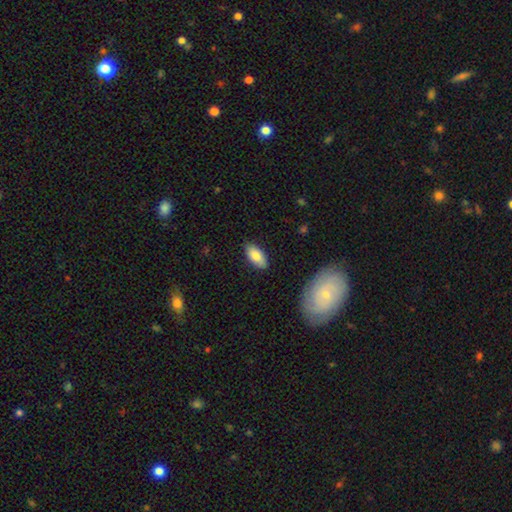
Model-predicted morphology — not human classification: smooth_or_featured: smooth (p=0.81) [alt: featured or disk p=0.12]
how_rounded: in between (p=0.90) [alt: cigar-shaped p=0.07]
merging: none (p=0.86) [alt: minor disturbance p=0.11]